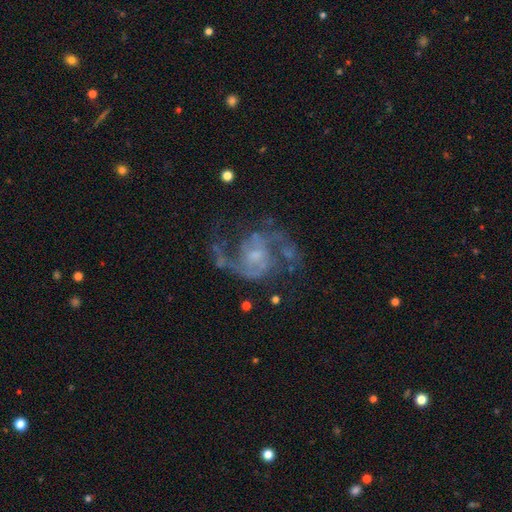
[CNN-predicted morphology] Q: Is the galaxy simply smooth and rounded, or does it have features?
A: featured or disk — 87%.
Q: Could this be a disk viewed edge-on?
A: no — 98%.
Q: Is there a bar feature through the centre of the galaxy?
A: no — 52%.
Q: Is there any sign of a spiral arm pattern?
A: yes — 95%.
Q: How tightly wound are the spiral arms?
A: medium — 53%.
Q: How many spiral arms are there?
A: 2 — 87%.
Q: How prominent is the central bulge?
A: small — 56%.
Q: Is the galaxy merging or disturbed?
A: none — 62%.